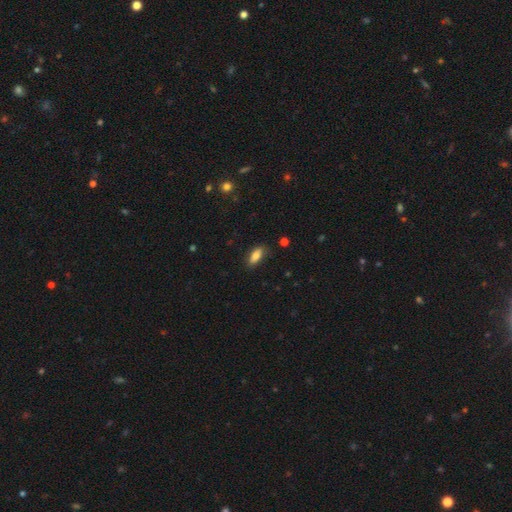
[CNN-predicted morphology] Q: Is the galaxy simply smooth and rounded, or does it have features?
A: smooth — 84%.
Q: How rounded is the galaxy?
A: in between — 81%.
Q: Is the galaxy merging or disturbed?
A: none — 82%.